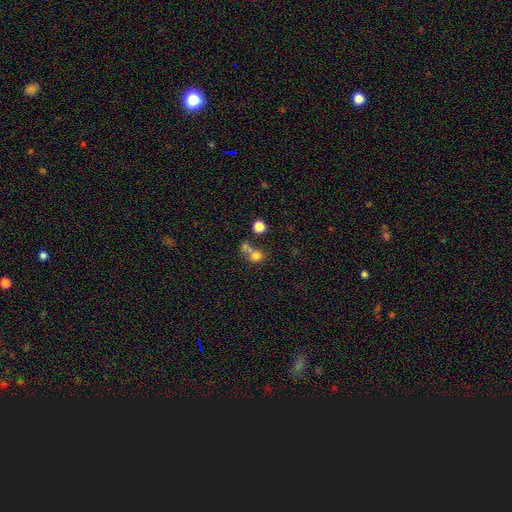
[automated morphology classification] smooth 74%, star or artifact 15%, featured or disk 11%. Down the decision tree: how rounded — round (81%); merging — merger (46%).